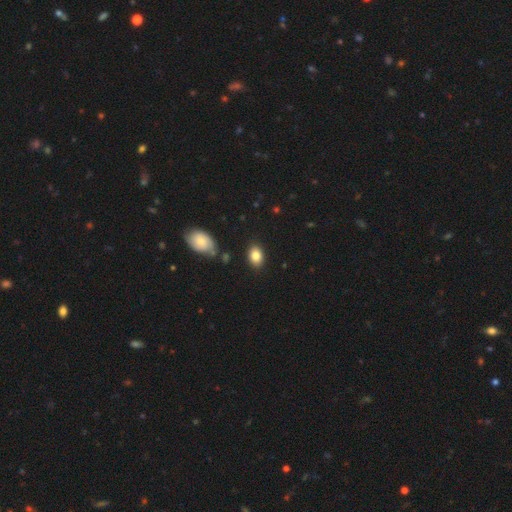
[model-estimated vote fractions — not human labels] The model was most divided on "how rounded": in between: 80%, round: 18%, cigar-shaped: 1%. More confident: merging — none (85%); smooth or featured — smooth (84%).